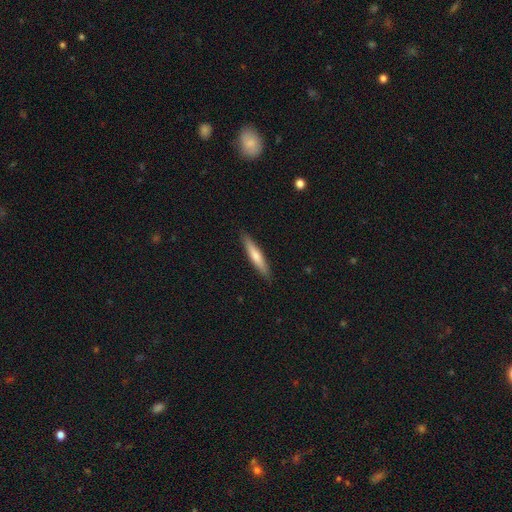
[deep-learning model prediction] Smooth or featured? Predicted: smooth (p=0.65). How rounded? Predicted: cigar-shaped (p=0.91). Merging? Predicted: none (p=0.90).